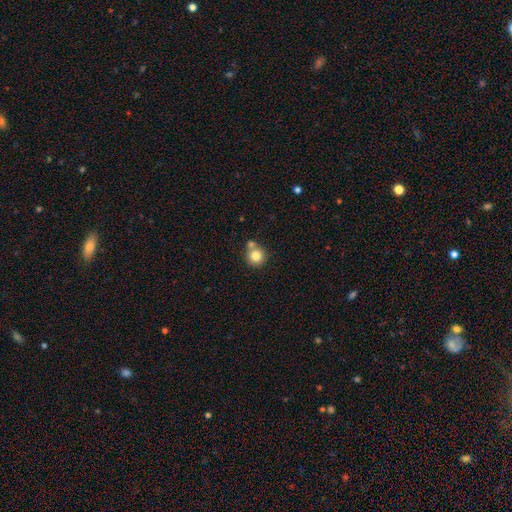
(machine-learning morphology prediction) The model was most divided on "merging": none: 59%, merger: 28%, minor disturbance: 9%, major disturbance: 3%. More confident: how rounded — round (92%); smooth or featured — smooth (82%).